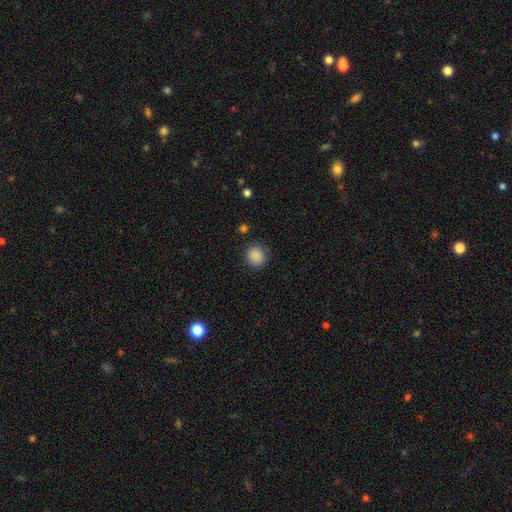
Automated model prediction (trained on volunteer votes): smooth-or-featured: smooth: 88% | star or artifact: 9% | featured or disk: 3%
  how-rounded: round: 91% | in between: 8% | cigar-shaped: 1%
  merging: none: 89% | minor disturbance: 8% | major disturbance: 2% | merger: 1%